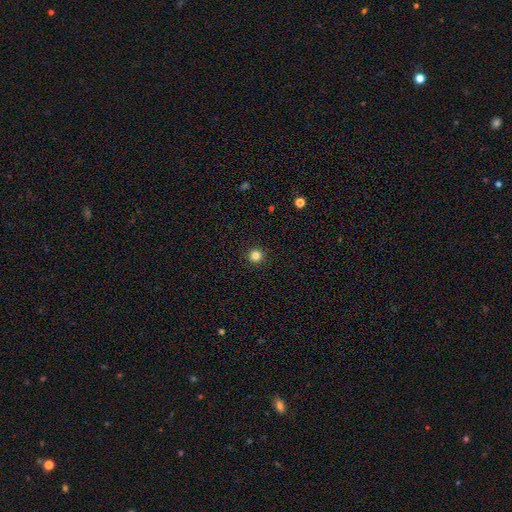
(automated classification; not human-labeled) This appears to be a smooth galaxy with no disk features (83%) that is round (96%). Merging: none (93%).